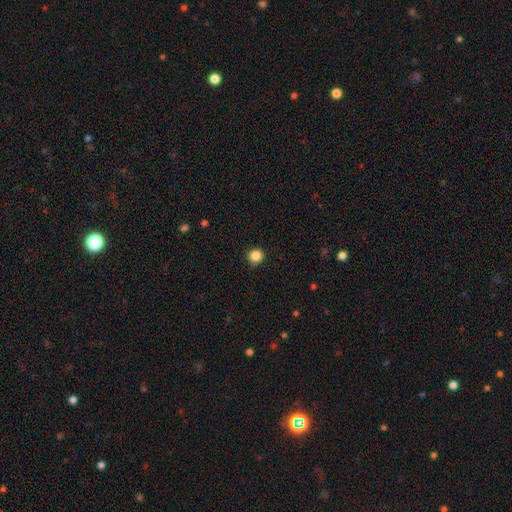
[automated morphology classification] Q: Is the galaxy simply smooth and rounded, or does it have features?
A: smooth — 85%.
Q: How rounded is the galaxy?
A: round — 92%.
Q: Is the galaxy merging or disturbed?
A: none — 87%.